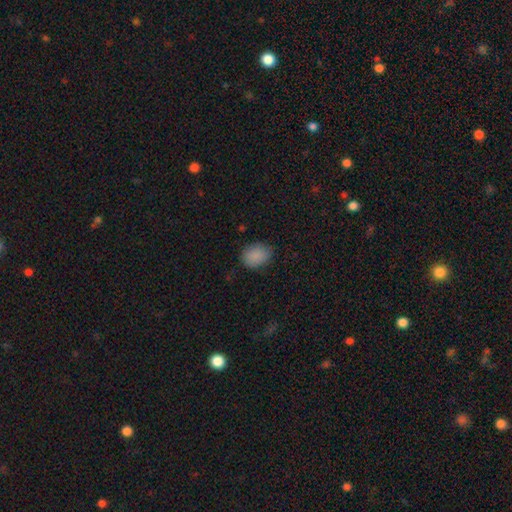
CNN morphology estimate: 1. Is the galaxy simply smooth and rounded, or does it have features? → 87% smooth, 8% star or artifact, 4% featured or disk.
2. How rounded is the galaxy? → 62% in between, 37% round, 1% cigar-shaped.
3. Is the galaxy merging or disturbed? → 80% none, 15% minor disturbance, 3% major disturbance, 1% merger.